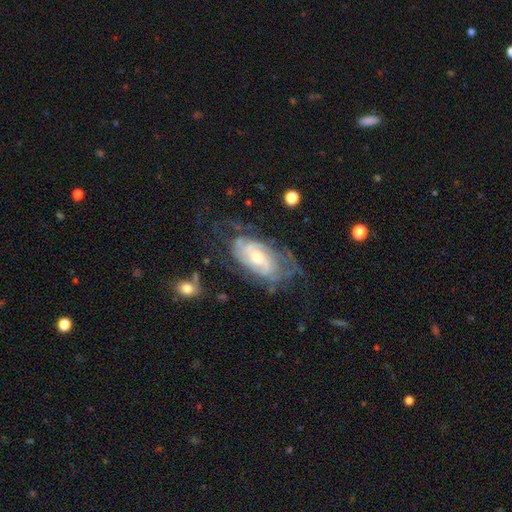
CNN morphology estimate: This is clearly a featured or disk galaxy (80%). It is clearly not viewed edge-on (94%). Bar: possibly no (59%). Spiral arm pattern: clearly yes (88%). Spiral arm count: possibly can't tell (48%). Spiral winding: possibly tight (57%). Central bulge: possibly moderate (53%). Merging: possibly none (55%).